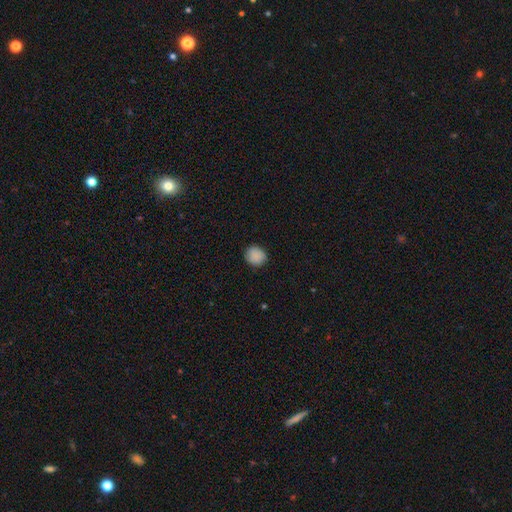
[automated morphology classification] Smooth or featured: smooth — 88% (star or artifact — 8%)
How rounded: round — 78% (in between — 21%)
Merging: none — 86% (minor disturbance — 11%)